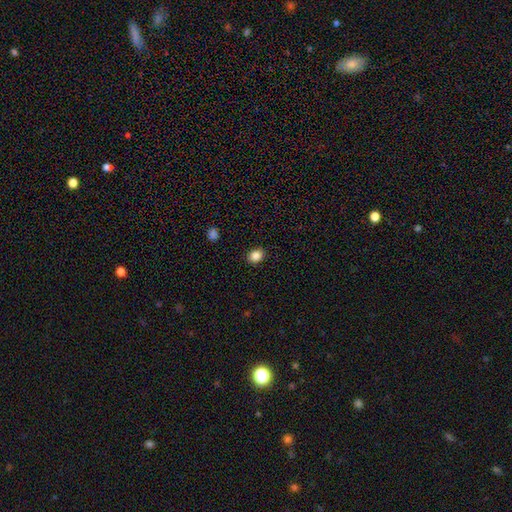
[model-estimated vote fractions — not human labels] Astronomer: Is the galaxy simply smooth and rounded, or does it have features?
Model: smooth — 86%.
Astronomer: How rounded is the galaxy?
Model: in between — 55% (runner-up: round, 44%).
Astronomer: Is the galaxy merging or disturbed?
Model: none — 90%.